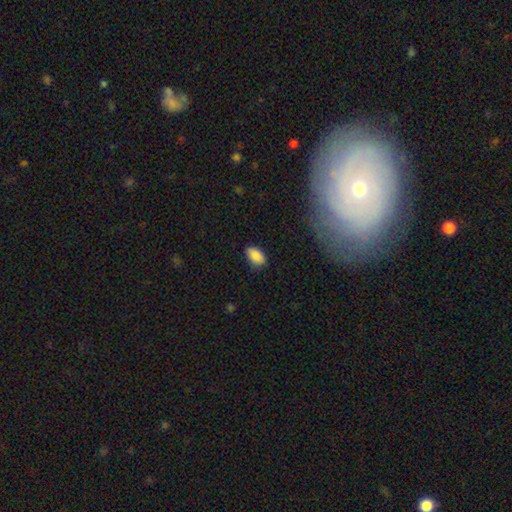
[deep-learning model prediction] Morphology: type=smooth (88%); roundness=in between (93%); merging=none (81%).